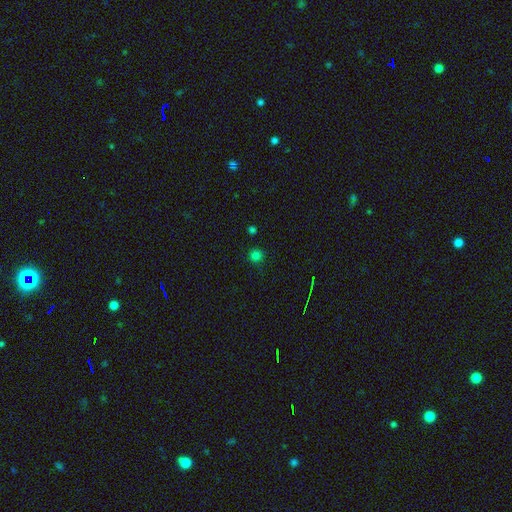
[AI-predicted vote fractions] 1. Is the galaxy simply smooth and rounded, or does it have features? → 77% smooth, 19% star or artifact, 4% featured or disk.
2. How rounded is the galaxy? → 92% round, 7% in between, 1% cigar-shaped.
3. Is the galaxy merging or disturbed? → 86% none, 9% minor disturbance, 3% major disturbance, 2% merger.